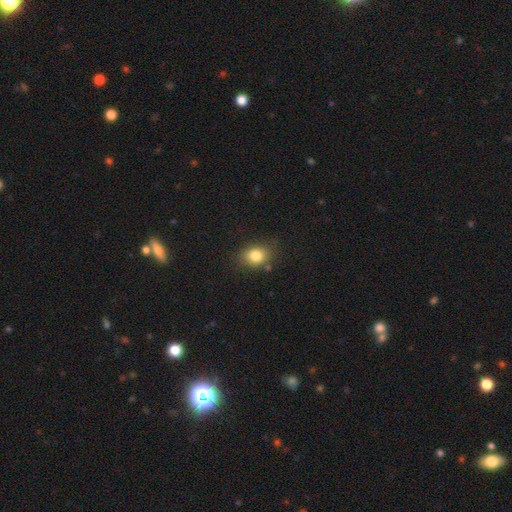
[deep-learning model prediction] Smooth or featured: smooth — 82% (star or artifact — 11%)
How rounded: in between — 56% (round — 42%)
Merging: none — 74% (minor disturbance — 17%)